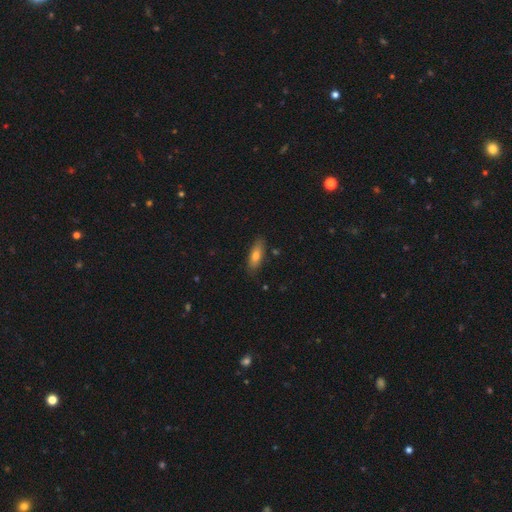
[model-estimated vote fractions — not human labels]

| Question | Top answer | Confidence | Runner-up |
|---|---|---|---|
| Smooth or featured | smooth | 76% | featured or disk (17%) |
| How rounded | in between | 64% | cigar-shaped (34%) |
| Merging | none | 81% | minor disturbance (15%) |